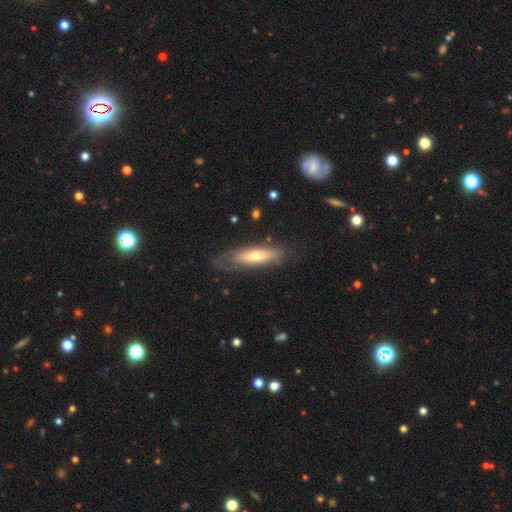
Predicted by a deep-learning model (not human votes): A smooth galaxy with no disk features (48%).

Vote fractions:
- Smooth or featured? smooth: 48% / featured or disk: 45% / star or artifact: 6%
- Merging? none: 66% / minor disturbance: 23% / major disturbance: 9% / merger: 2%